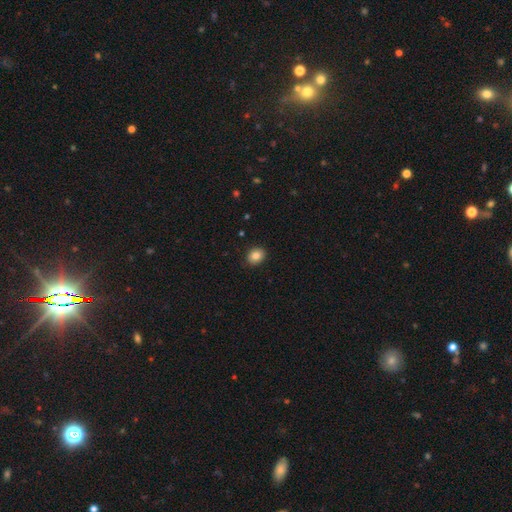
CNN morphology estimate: smooth_or_featured: smooth (p=0.84) [alt: star or artifact p=0.09]
how_rounded: round (p=0.53) [alt: in between p=0.46]
merging: none (p=0.90) [alt: minor disturbance p=0.07]